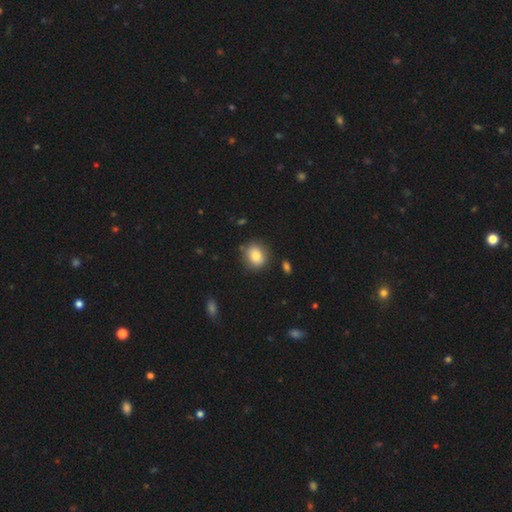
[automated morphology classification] smooth 84%, star or artifact 8%, featured or disk 8%. Down the decision tree: how rounded — round (61%); merging — none (82%).